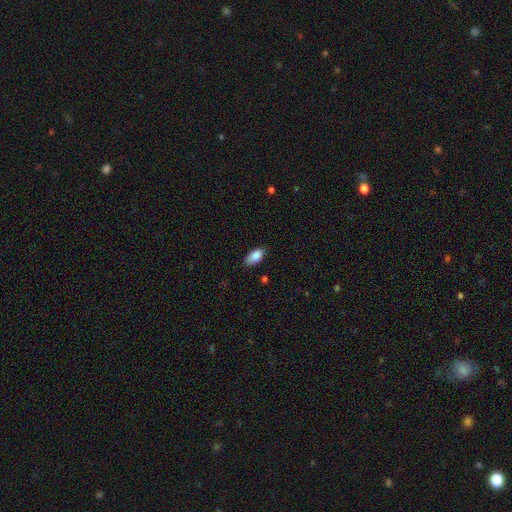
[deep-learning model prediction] This appears to be a smooth galaxy with no disk features (87%) that is in between round and cigar-shaped (91%). Merging: none (76%).